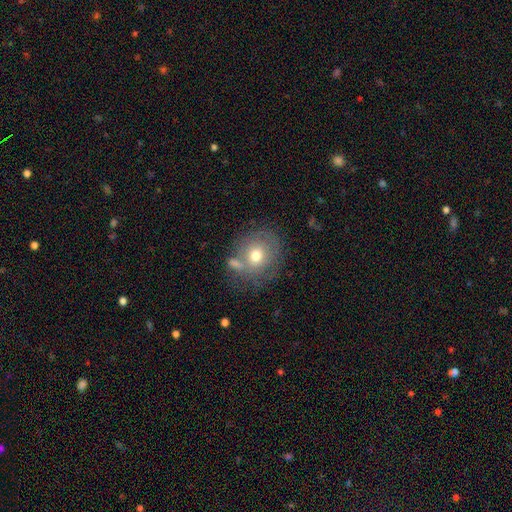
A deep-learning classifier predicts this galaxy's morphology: This is likely a smooth galaxy (64%). How rounded: clearly round (81%). Merging: possibly none (58%).